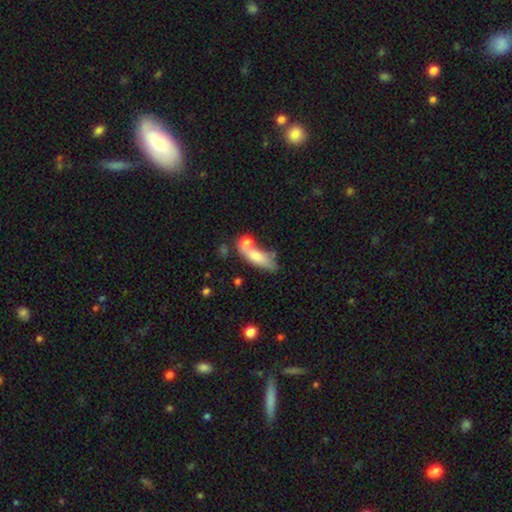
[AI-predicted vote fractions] smooth-or-featured: smooth: 69% | featured or disk: 24% | star or artifact: 7%
  how-rounded: in between: 56% | cigar-shaped: 40% | round: 4%
  merging: none: 39% | merger: 33% | minor disturbance: 18% | major disturbance: 9%